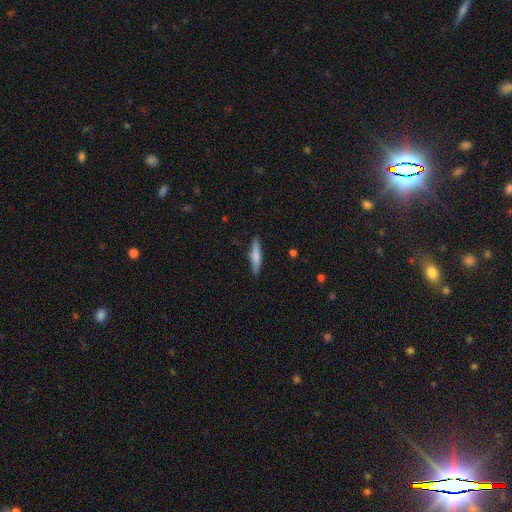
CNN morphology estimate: Overall: smooth (69%). How rounded: cigar-shaped (86%). Merging: none (87%).